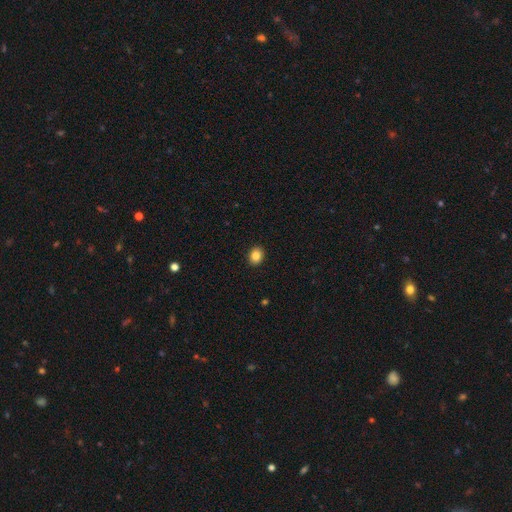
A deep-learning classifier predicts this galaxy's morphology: Overall: smooth (85%). How rounded: round (56%; in between 43%). Merging: none (92%).